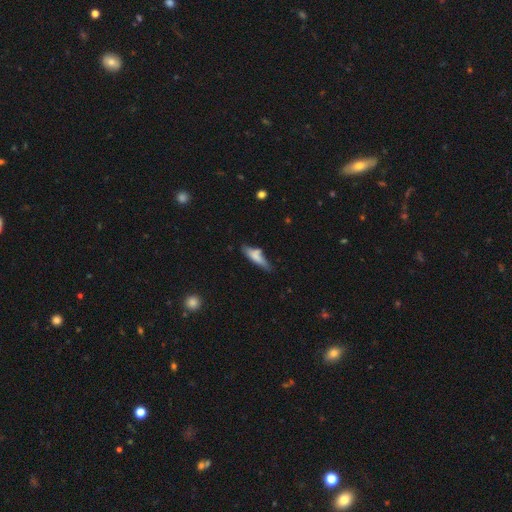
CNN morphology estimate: Smooth or featured: smooth — 68% (featured or disk — 24%)
How rounded: cigar-shaped — 68% (in between — 30%)
Merging: none — 56% (minor disturbance — 28%)